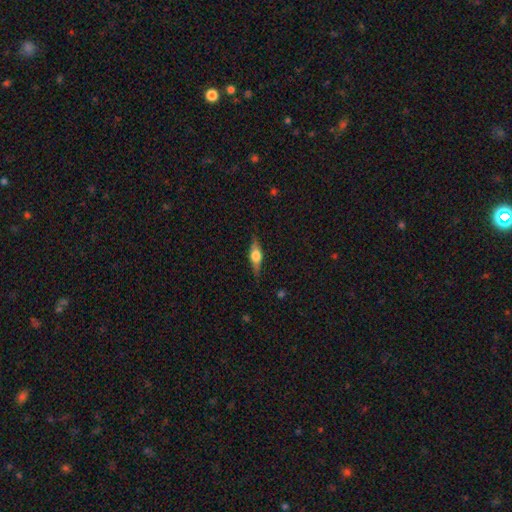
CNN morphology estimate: smooth_or_featured: featured or disk (p=0.59) [alt: smooth p=0.34]
disk_edge_on: yes (p=0.95) [alt: no p=0.05]
edge_on_bulge: rounded (p=0.92) [alt: boxy p=0.07]
merging: none (p=0.84) [alt: minor disturbance p=0.12]